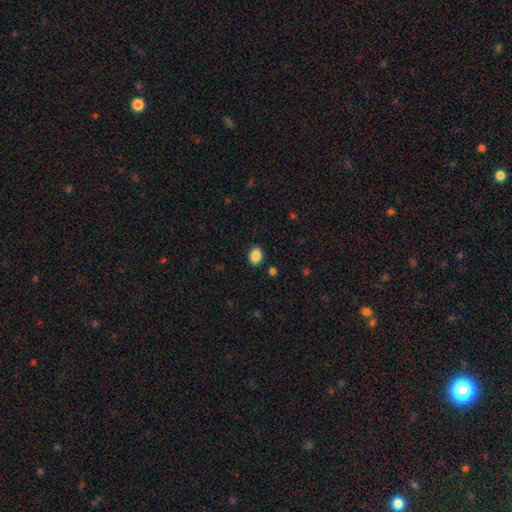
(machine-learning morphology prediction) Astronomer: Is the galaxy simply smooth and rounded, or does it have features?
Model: smooth — 88%.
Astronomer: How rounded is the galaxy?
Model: in between — 60% (runner-up: round, 39%).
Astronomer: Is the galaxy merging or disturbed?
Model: none — 89%.